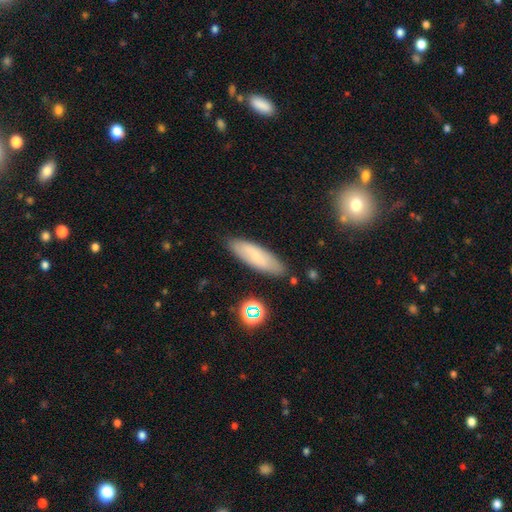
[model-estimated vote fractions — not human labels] A smooth galaxy with no disk features (69%) that is cigar-shaped (54%).

Vote fractions:
- Smooth or featured? smooth: 69% / featured or disk: 22% / star or artifact: 8%
- How rounded? cigar-shaped: 54% / in between: 44% / round: 2%
- Merging? none: 84% / minor disturbance: 11% / major disturbance: 2% / merger: 2%